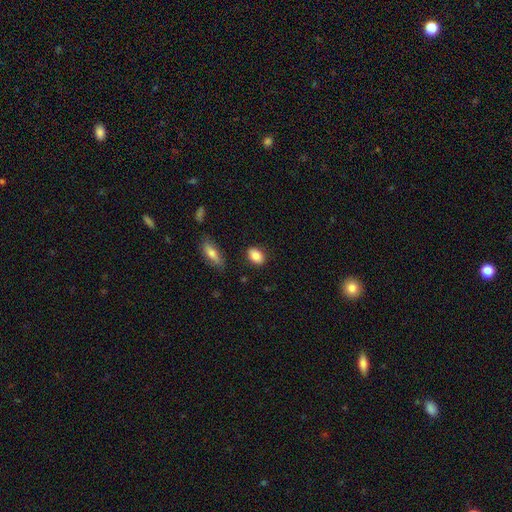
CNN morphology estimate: The model was most divided on "how rounded": in between: 79%, round: 19%, cigar-shaped: 2%. More confident: smooth or featured — smooth (85%); merging — none (85%).